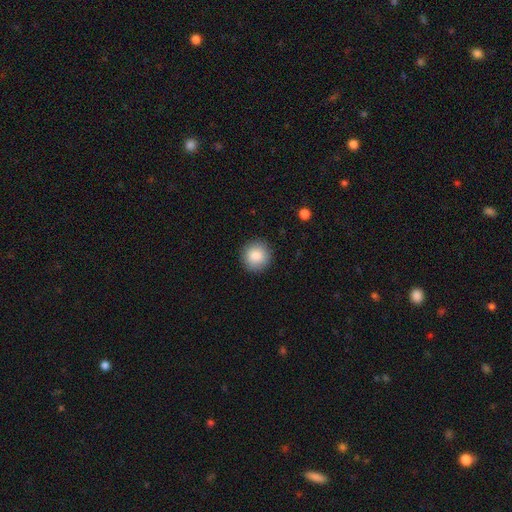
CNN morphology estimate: Q: Smooth or featured?
A: smooth (86%); runner-up: star or artifact (8%)
Q: How rounded?
A: round (94%); runner-up: in between (5%)
Q: Merging?
A: none (91%); runner-up: minor disturbance (6%)